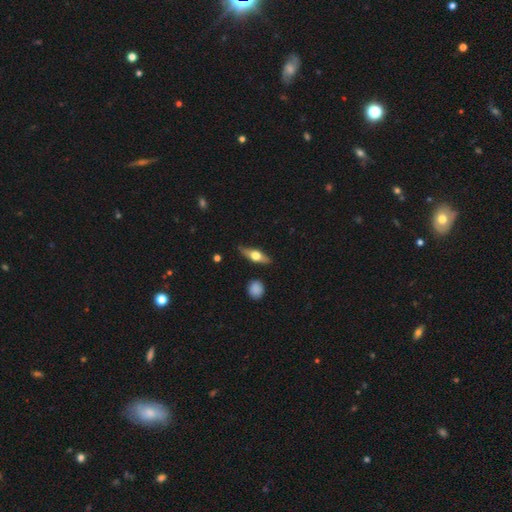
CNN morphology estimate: Smooth or featured? featured or disk (55%)
Edge-on disk? yes (91%)
Merging? none (79%)